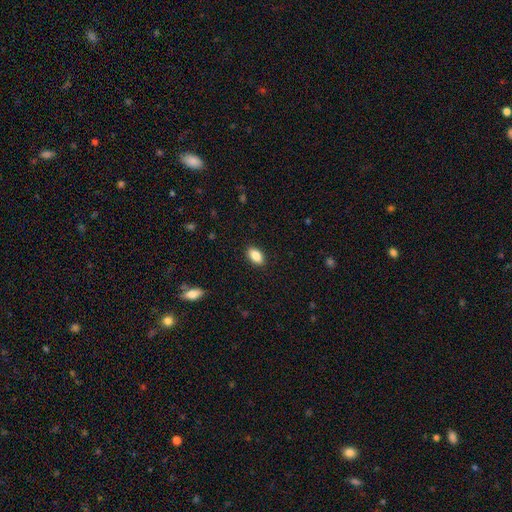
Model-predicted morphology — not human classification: smooth 87%, star or artifact 7%, featured or disk 6%. Down the decision tree: how rounded — in between (92%); merging — none (89%).